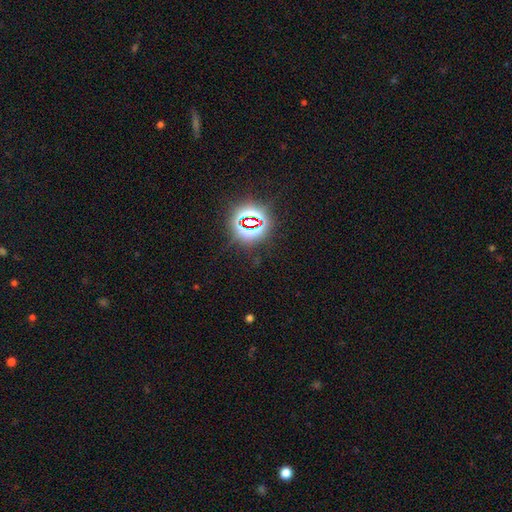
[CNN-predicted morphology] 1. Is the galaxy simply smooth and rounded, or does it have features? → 80% star or artifact, 13% smooth, 7% featured or disk.